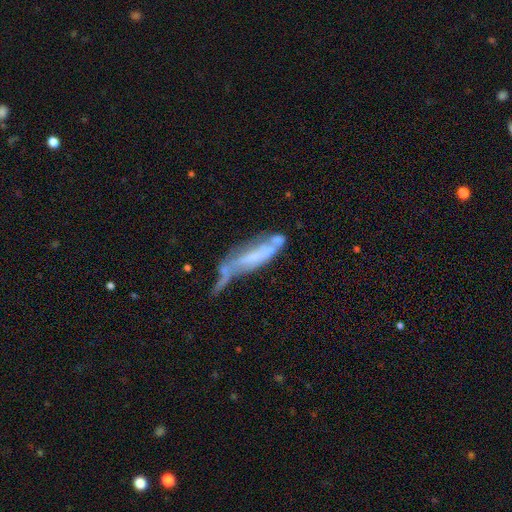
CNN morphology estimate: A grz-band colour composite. It shows a featured or disk galaxy (56%). Merging: major disturbance (30%).